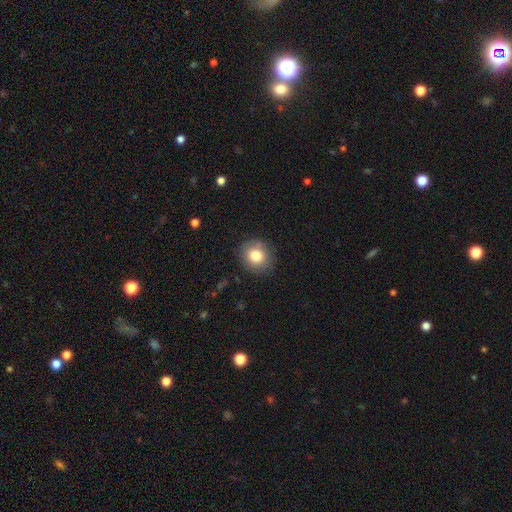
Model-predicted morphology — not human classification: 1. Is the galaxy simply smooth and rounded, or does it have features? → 81% smooth, 9% star or artifact, 9% featured or disk.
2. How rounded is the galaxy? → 82% round, 17% in between, 1% cigar-shaped.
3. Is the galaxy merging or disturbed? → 86% none, 10% minor disturbance, 3% major disturbance, 1% merger.